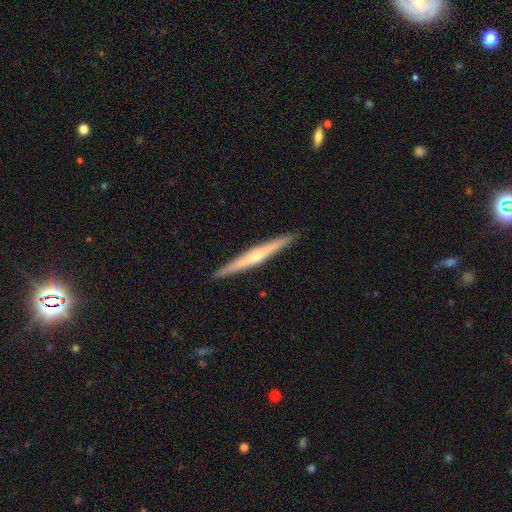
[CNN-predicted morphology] Smooth or featured? Predicted: featured or disk (p=0.71). Edge-on disk? Predicted: yes (p=0.98). Edge-on bulge? Predicted: rounded (p=0.76). Merging? Predicted: none (p=0.91).